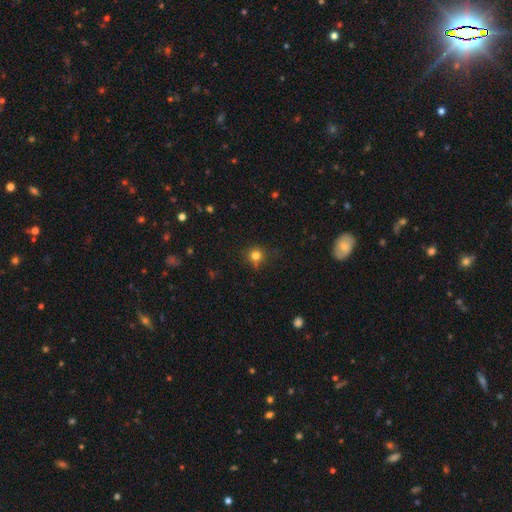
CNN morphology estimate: smooth_or_featured: smooth (p=0.79) [alt: star or artifact p=0.15]
how_rounded: round (p=0.92) [alt: in between p=0.07]
merging: none (p=0.81) [alt: minor disturbance p=0.14]